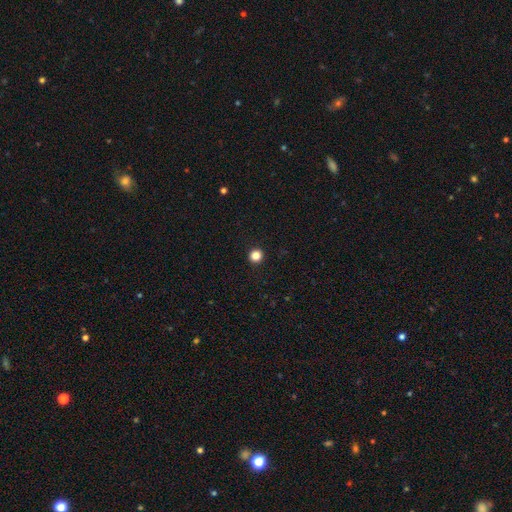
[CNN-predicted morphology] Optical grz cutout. It shows a smooth galaxy with no disk features (85%) that is round (94%). Merging: none (94%).